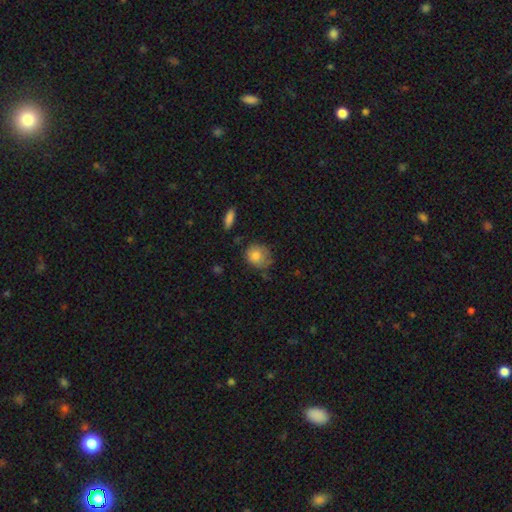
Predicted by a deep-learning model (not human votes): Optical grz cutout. It shows a smooth galaxy with no disk features (80%) that is round (75%). Merging: none (58%).